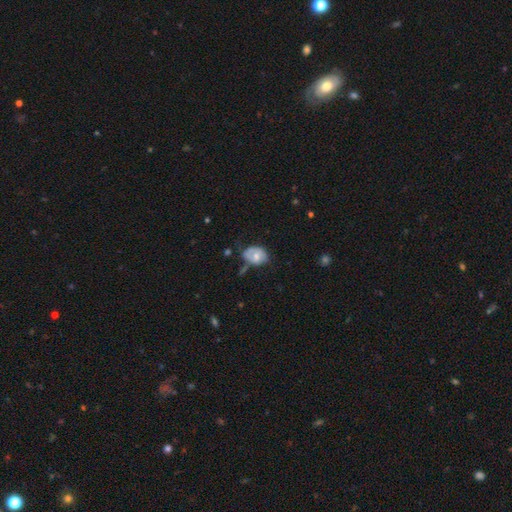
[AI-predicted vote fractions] smooth 55%, featured or disk 37%, star or artifact 7%. Down the decision tree: how rounded — in between (70%); merging — none (39%).